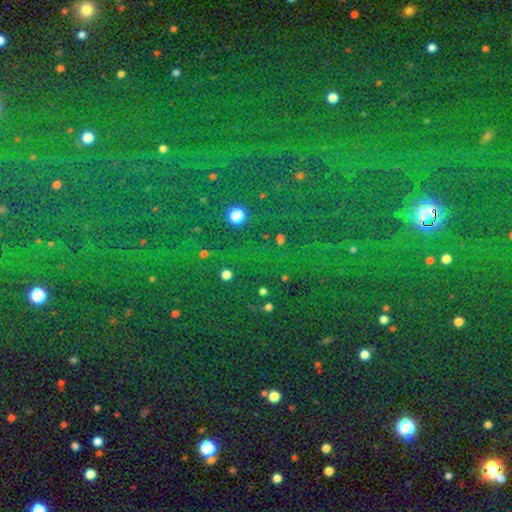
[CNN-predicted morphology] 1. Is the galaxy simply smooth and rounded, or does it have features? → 83% star or artifact, 10% smooth, 7% featured or disk.